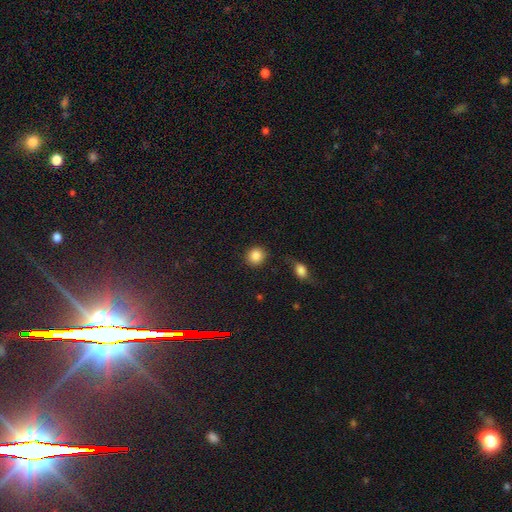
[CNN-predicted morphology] smooth_or_featured: smooth (p=0.86) [alt: star or artifact p=0.09]
how_rounded: round (p=0.89) [alt: in between p=0.10]
merging: none (p=0.86) [alt: minor disturbance p=0.08]